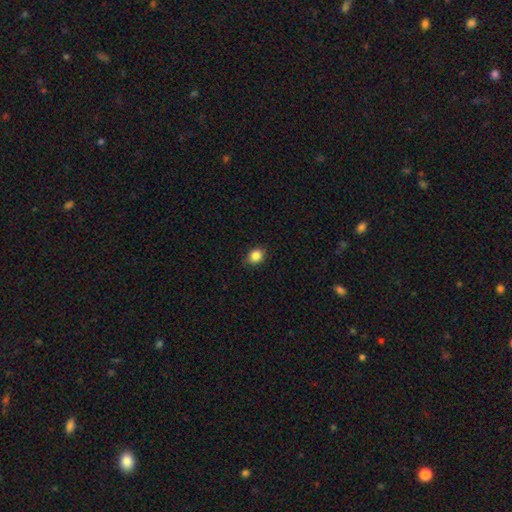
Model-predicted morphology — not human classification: smooth-or-featured: smooth: 86% | star or artifact: 10% | featured or disk: 4%
  how-rounded: round: 55% | in between: 44% | cigar-shaped: 1%
  merging: none: 81% | minor disturbance: 15% | major disturbance: 2% | merger: 1%